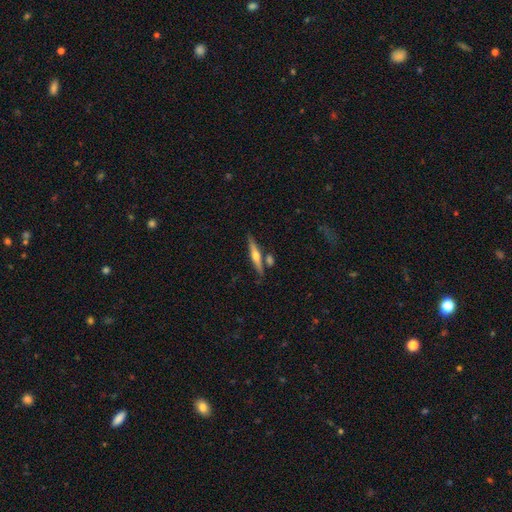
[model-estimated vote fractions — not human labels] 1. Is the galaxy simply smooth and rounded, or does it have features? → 63% featured or disk, 31% smooth, 6% star or artifact.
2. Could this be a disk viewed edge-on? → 96% yes, 4% no.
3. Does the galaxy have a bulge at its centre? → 89% rounded, 6% none, 5% boxy.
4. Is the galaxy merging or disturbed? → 76% none, 12% merger, 10% minor disturbance, 2% major disturbance.